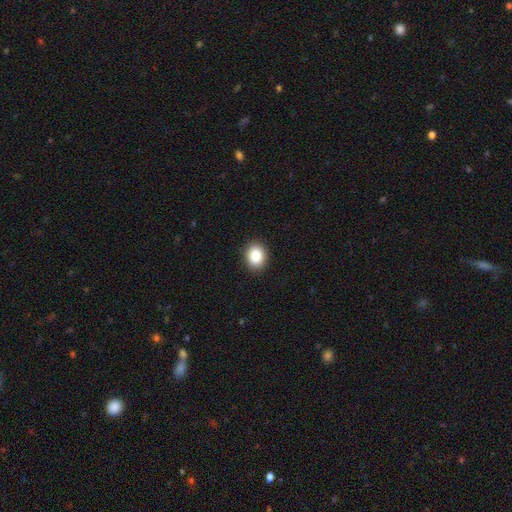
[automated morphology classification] type=smooth (86%); roundness=in between (53%); merging=none (91%).